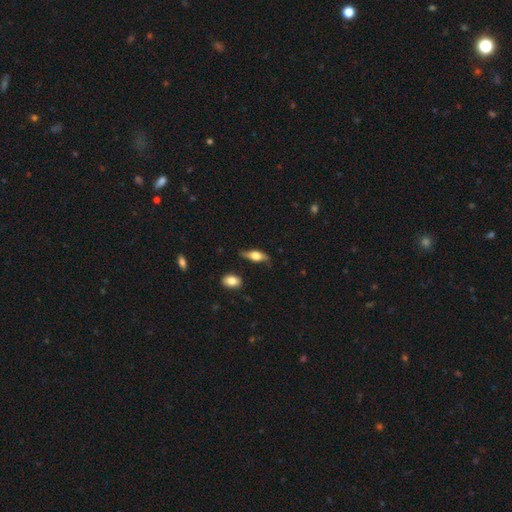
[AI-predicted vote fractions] Smooth or featured? smooth (49%)
Merging? none (70%)